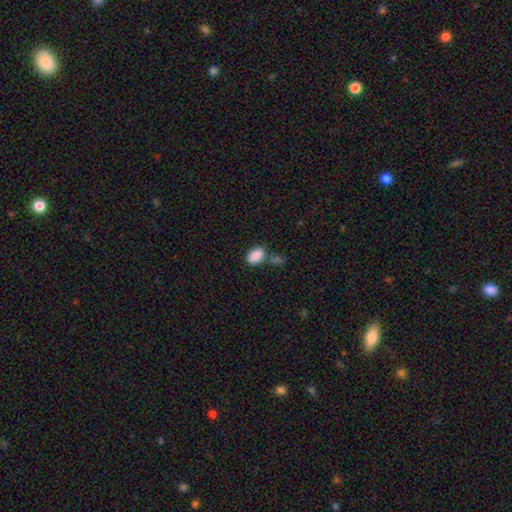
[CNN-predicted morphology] Smooth or featured: smooth — 88% (star or artifact — 8%)
How rounded: in between — 90% (round — 9%)
Merging: none — 59% (merger — 21%)